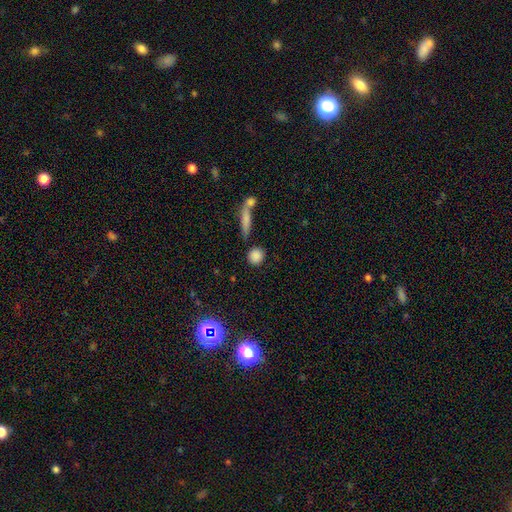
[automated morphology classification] Smooth or featured?
  - smooth: 84% *
  - star or artifact: 9%
  - featured or disk: 6%
How rounded?
  - round: 85% *
  - in between: 11%
  - cigar-shaped: 5%
Merging?
  - none: 78% *
  - merger: 9%
  - minor disturbance: 9%
  - major disturbance: 4%